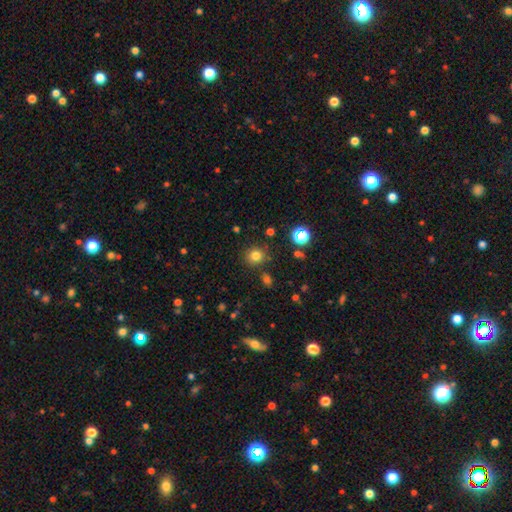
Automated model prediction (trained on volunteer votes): A smooth galaxy with no disk features (79%) that is round (86%).

Vote fractions:
- Smooth or featured? smooth: 79% / star or artifact: 16% / featured or disk: 6%
- How rounded? round: 86% / in between: 13% / cigar-shaped: 1%
- Merging? none: 84% / minor disturbance: 9% / merger: 4% / major disturbance: 3%